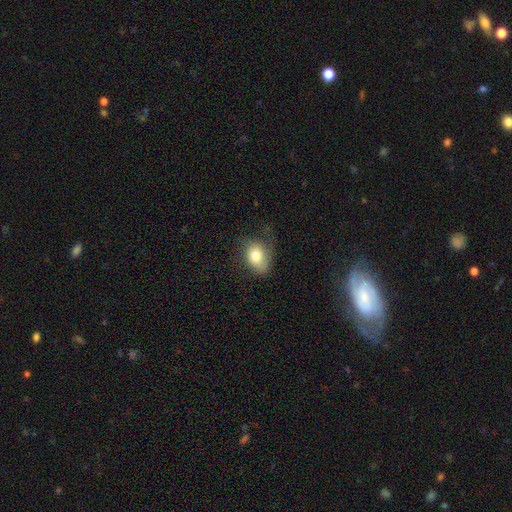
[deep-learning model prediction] Morphology: type=smooth (77%); roundness=in between (72%); merging=none (54%).